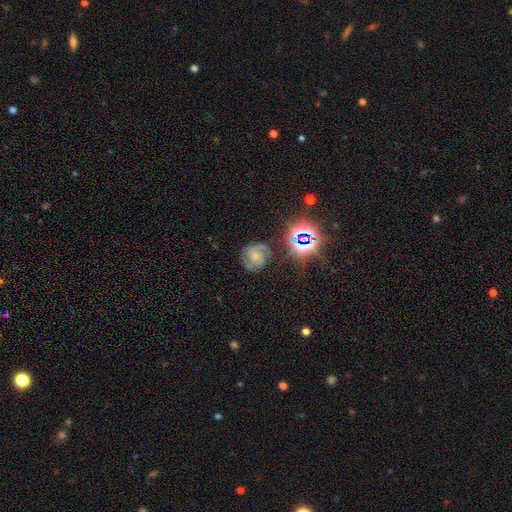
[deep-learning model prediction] Morphology: type=featured or disk (59%); edge-on=no (97%); bar=no (59%); spiral arms=yes (91%); winding=medium (45%); arm count=2 (72%); bulge=small (54%); merging=none (69%).